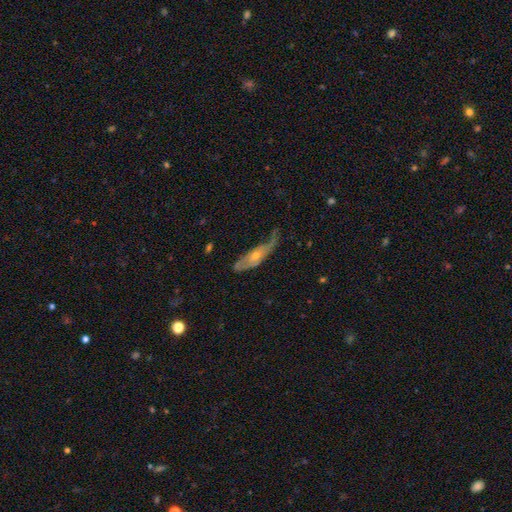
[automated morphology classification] smooth_or_featured: featured or disk (p=0.63) [alt: smooth p=0.31]
disk_edge_on: no (p=0.66) [alt: yes p=0.34]
merging: none (p=0.40) [alt: minor disturbance p=0.33]